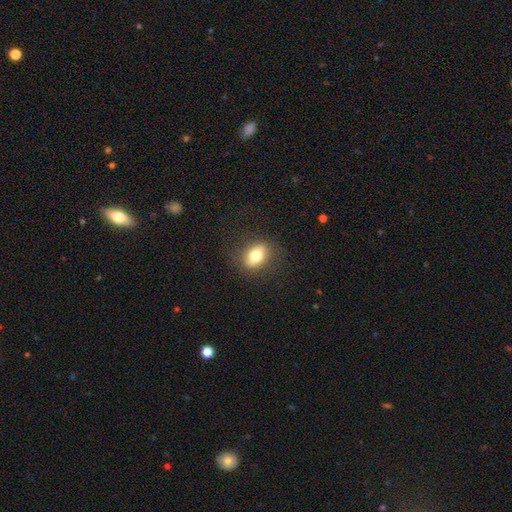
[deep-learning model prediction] Q: Smooth or featured?
A: smooth (70%); runner-up: featured or disk (21%)
Q: How rounded?
A: in between (68%); runner-up: round (29%)
Q: Merging?
A: none (82%); runner-up: minor disturbance (12%)